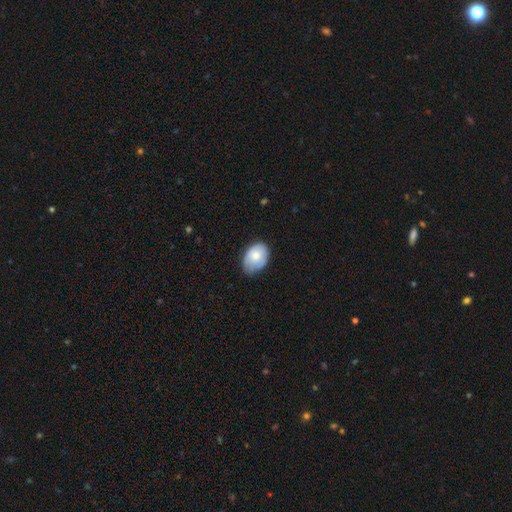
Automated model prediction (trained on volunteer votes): smooth-or-featured: smooth: 75% | featured or disk: 19% | star or artifact: 6%
  how-rounded: in between: 81% | round: 18% | cigar-shaped: 1%
  merging: none: 61% | minor disturbance: 32% | major disturbance: 6% | merger: 1%